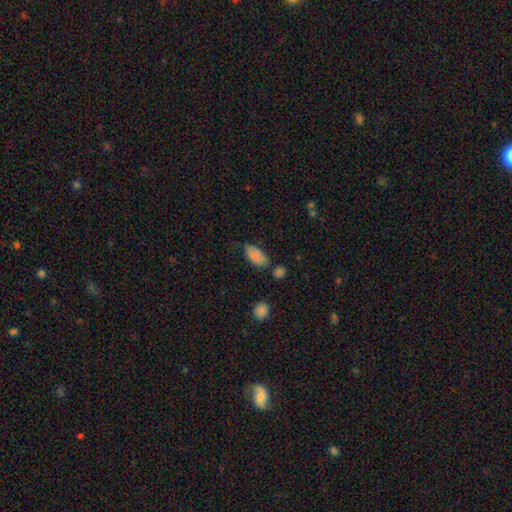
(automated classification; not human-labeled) The model was most divided on "merging": none: 60%, minor disturbance: 26%, merger: 8%, major disturbance: 6%. More confident: how rounded — in between (92%); smooth or featured — smooth (83%).